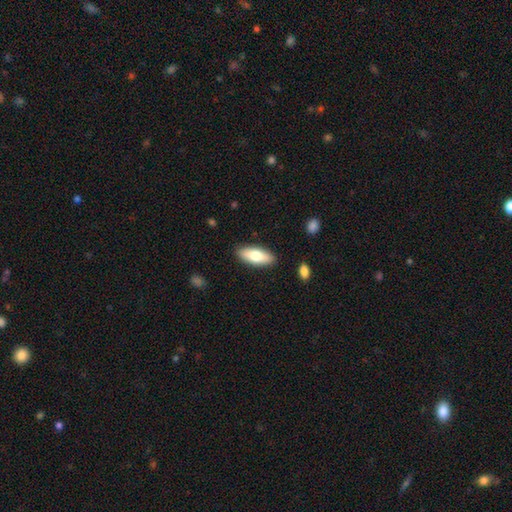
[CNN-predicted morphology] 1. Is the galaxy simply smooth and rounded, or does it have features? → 73% smooth, 21% featured or disk, 6% star or artifact.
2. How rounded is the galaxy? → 74% in between, 24% cigar-shaped, 2% round.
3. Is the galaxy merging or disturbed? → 88% none, 9% minor disturbance, 2% major disturbance, 1% merger.